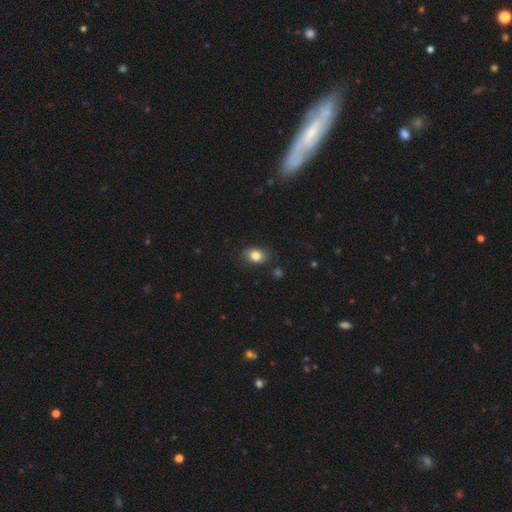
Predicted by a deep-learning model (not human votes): smooth_or_featured: smooth (p=0.83) [alt: star or artifact p=0.09]
how_rounded: in between (p=0.77) [alt: round p=0.22]
merging: none (p=0.83) [alt: minor disturbance p=0.13]